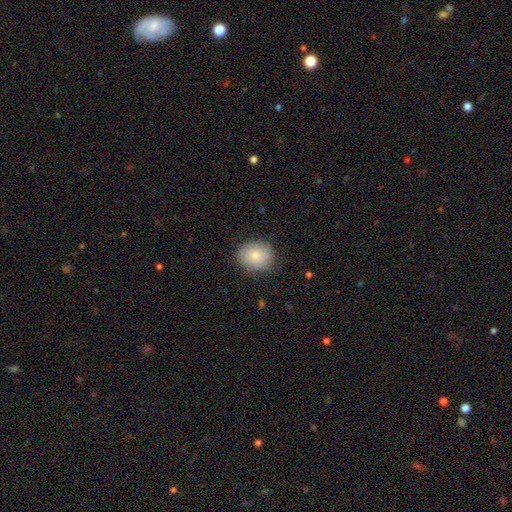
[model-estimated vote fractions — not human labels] smooth-or-featured: smooth: 79% | featured or disk: 14% | star or artifact: 7%
  how-rounded: round: 68% | in between: 31% | cigar-shaped: 1%
  merging: none: 77% | minor disturbance: 18% | major disturbance: 4% | merger: 1%